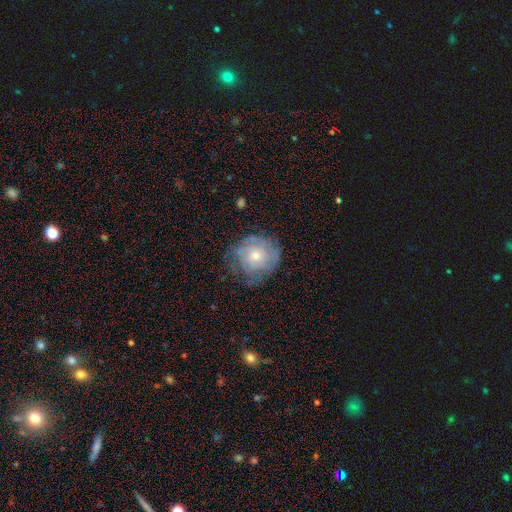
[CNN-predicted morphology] Overall: featured or disk (59%; smooth 32%). Edge-on disk: no (97%). Bar: no (84%). Spiral arms: yes (75%). Bulge size: moderate (49%; small 46%). Merging: none (67%).